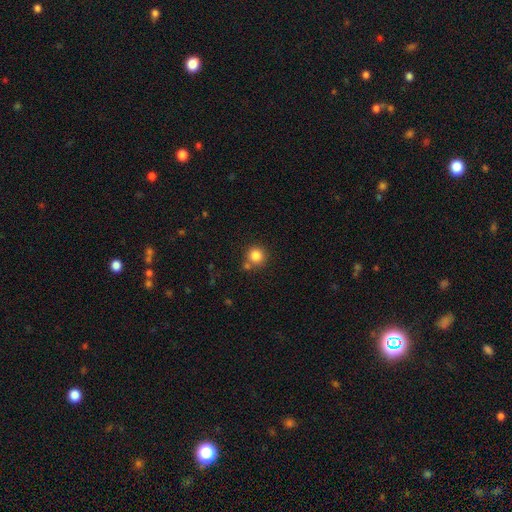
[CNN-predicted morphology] A smooth galaxy with no disk features (83%) that is round (92%).

Vote fractions:
- Smooth or featured? smooth: 83% / star or artifact: 11% / featured or disk: 6%
- How rounded? round: 92% / in between: 7% / cigar-shaped: 1%
- Merging? none: 73% / merger: 15% / minor disturbance: 9% / major disturbance: 3%